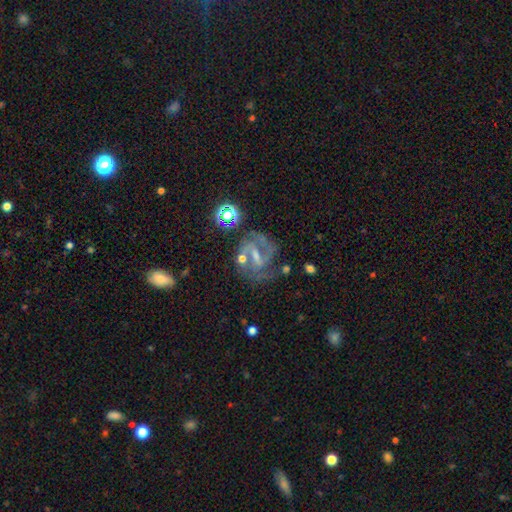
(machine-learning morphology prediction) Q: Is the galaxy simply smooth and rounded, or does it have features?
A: featured or disk — 78%.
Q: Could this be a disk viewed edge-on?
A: no — 96%.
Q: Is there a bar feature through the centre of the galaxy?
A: strong — 43%.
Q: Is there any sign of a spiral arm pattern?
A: yes — 92%.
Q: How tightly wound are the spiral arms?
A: medium — 50%.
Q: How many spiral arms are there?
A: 2 — 71%.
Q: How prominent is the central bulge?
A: small — 46%.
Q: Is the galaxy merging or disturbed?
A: none — 61%.